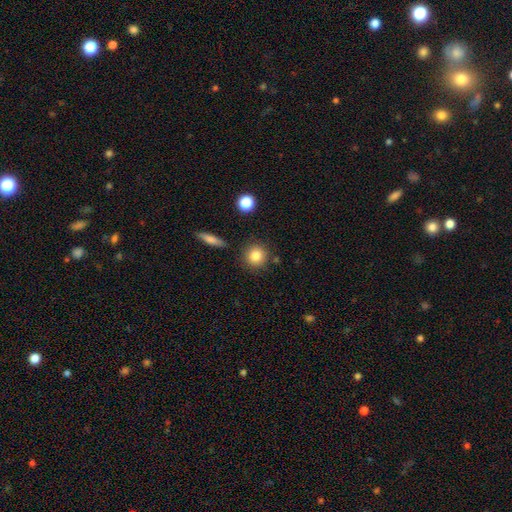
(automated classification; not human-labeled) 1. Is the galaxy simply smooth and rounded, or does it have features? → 83% smooth, 9% star or artifact, 8% featured or disk.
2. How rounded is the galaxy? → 89% round, 9% in between, 1% cigar-shaped.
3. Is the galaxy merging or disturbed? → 85% none, 8% minor disturbance, 4% merger, 2% major disturbance.